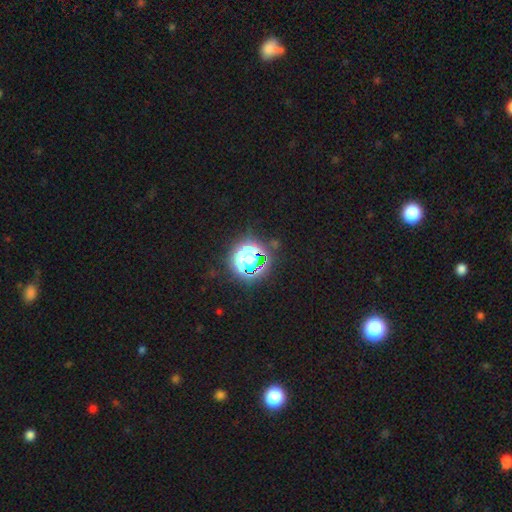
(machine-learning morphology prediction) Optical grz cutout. It shows a star or artifact, not a galaxy (72%).